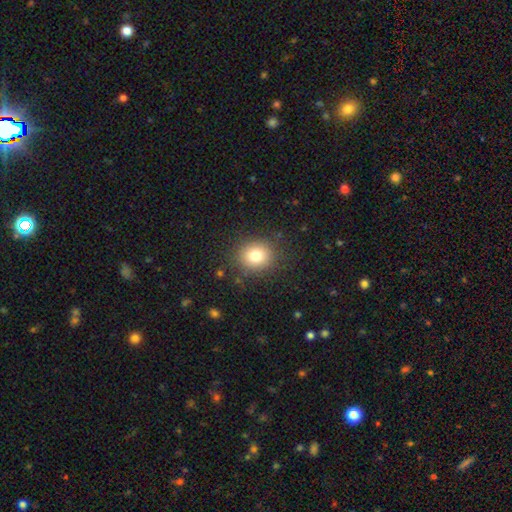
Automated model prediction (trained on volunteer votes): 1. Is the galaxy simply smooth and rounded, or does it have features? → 78% smooth, 12% star or artifact, 9% featured or disk.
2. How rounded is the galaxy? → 80% round, 19% in between, 1% cigar-shaped.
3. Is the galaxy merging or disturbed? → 87% none, 9% minor disturbance, 4% major disturbance, 1% merger.